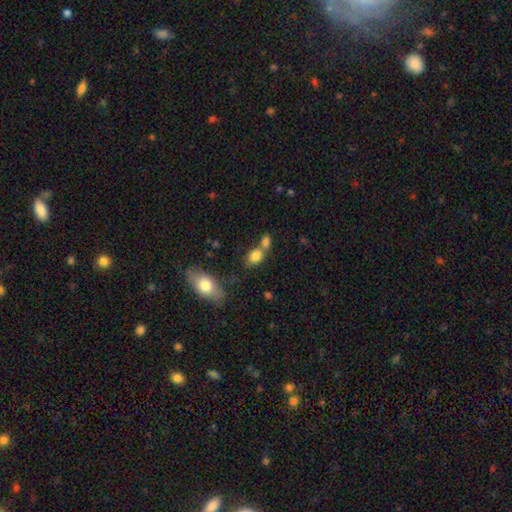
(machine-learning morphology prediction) smooth-or-featured: smooth: 82% | star or artifact: 9% | featured or disk: 8%
  how-rounded: in between: 70% | round: 28% | cigar-shaped: 2%
  merging: merger: 44% | none: 42% | minor disturbance: 10% | major disturbance: 4%